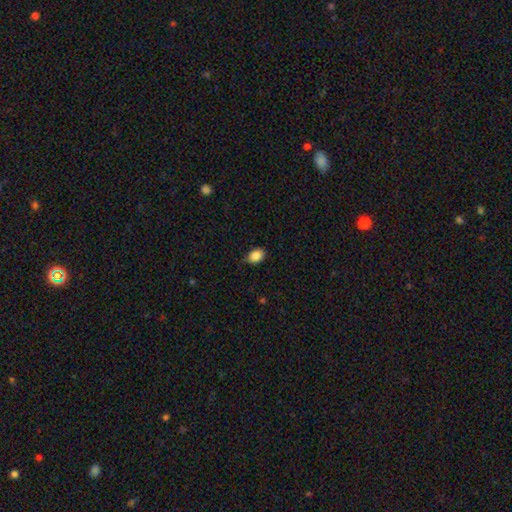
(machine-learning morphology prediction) The model was most divided on "how rounded": in between: 69%, round: 30%, cigar-shaped: 1%. More confident: smooth or featured — smooth (87%); merging — none (75%).